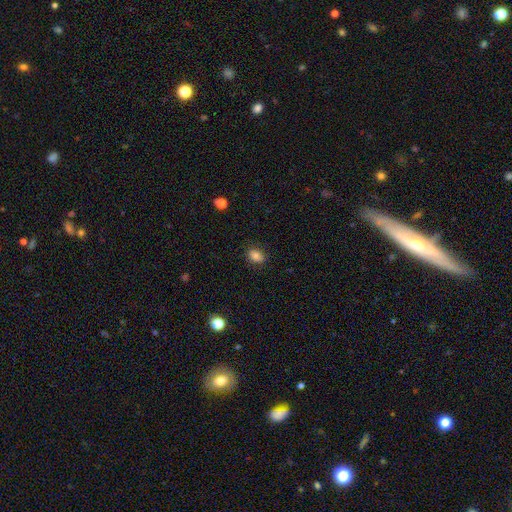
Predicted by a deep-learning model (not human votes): Smooth or featured? Predicted: smooth (p=0.83). How rounded? Predicted: in between (p=0.61). Merging? Predicted: none (p=0.85).